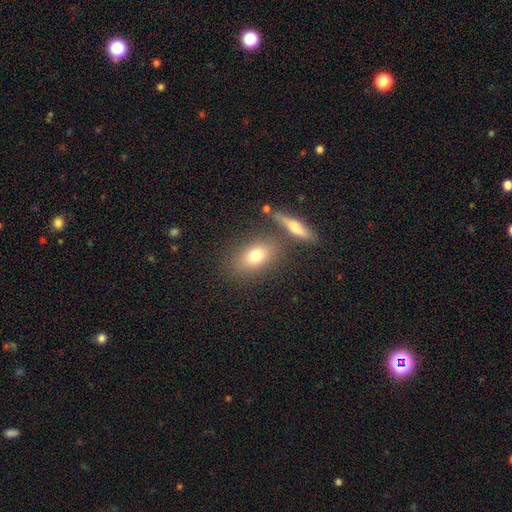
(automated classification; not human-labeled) smooth-or-featured: smooth: 74% | featured or disk: 16% | star or artifact: 10%
  how-rounded: in between: 77% | round: 16% | cigar-shaped: 6%
  merging: none: 71% | merger: 13% | minor disturbance: 12% | major disturbance: 5%